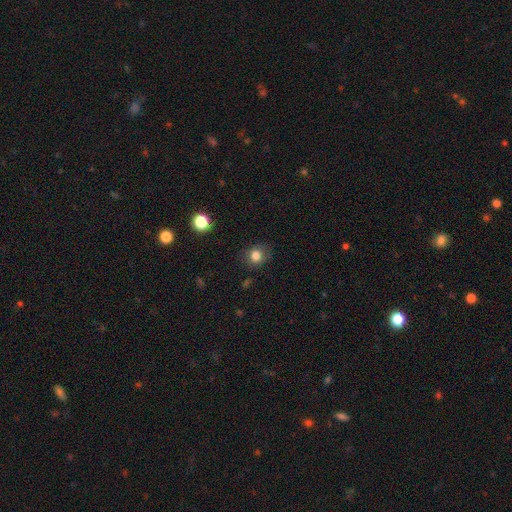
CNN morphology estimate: type=smooth (82%); roundness=round (72%); merging=none (79%).